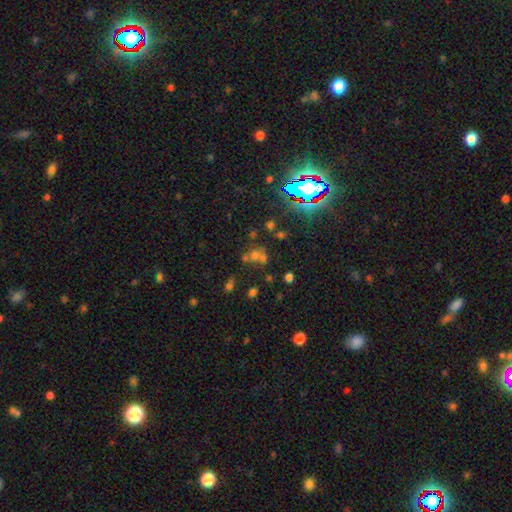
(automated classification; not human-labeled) Overall: star or artifact (48%; smooth 35%).